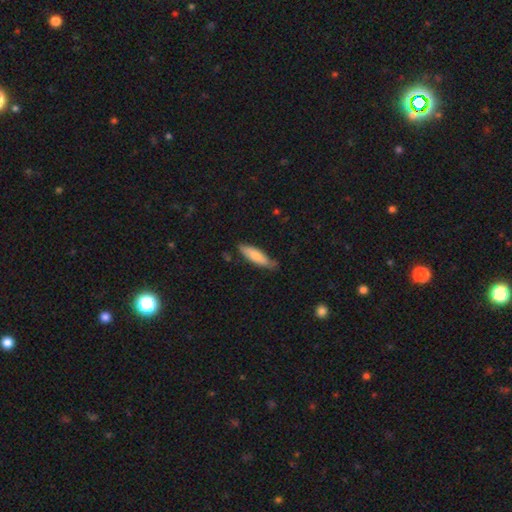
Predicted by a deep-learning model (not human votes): Smooth or featured?
  - smooth: 78% *
  - featured or disk: 16%
  - star or artifact: 5%
How rounded?
  - cigar-shaped: 58% *
  - in between: 40%
  - round: 1%
Merging?
  - none: 72% *
  - minor disturbance: 23%
  - major disturbance: 3%
  - merger: 2%